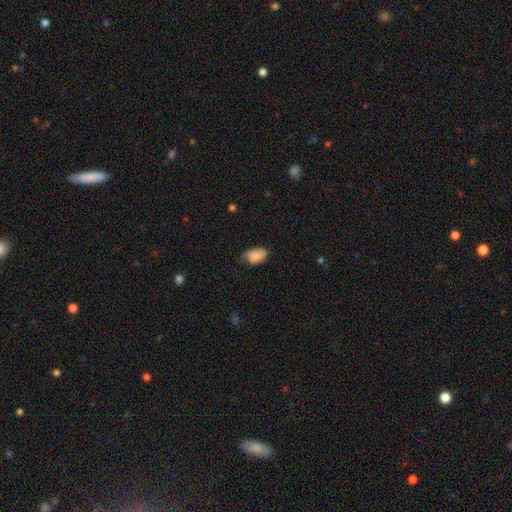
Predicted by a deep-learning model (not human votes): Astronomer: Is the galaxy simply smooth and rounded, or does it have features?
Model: smooth — 78%.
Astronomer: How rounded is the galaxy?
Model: in between — 92%.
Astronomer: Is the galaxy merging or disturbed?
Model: none — 49% (runner-up: minor disturbance, 37%).